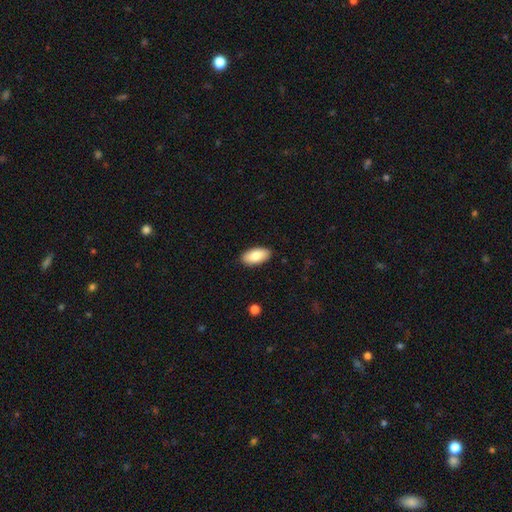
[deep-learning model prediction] This appears to be a smooth galaxy with no disk features (83%) that is in between round and cigar-shaped (94%). Merging: none (89%).